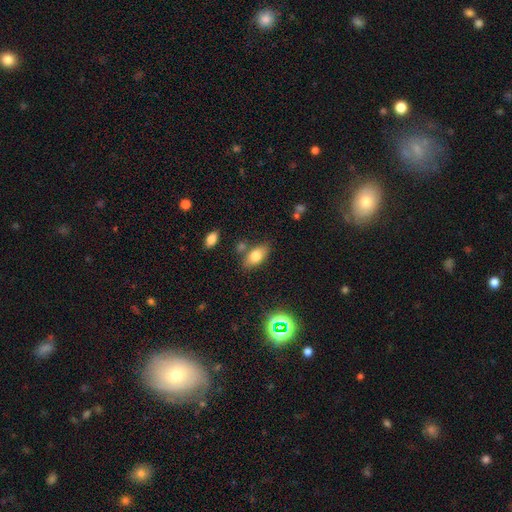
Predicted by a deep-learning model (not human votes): Smooth or featured? Predicted: smooth (p=0.75). How rounded? Predicted: in between (p=0.89). Merging? Predicted: none (p=0.74).